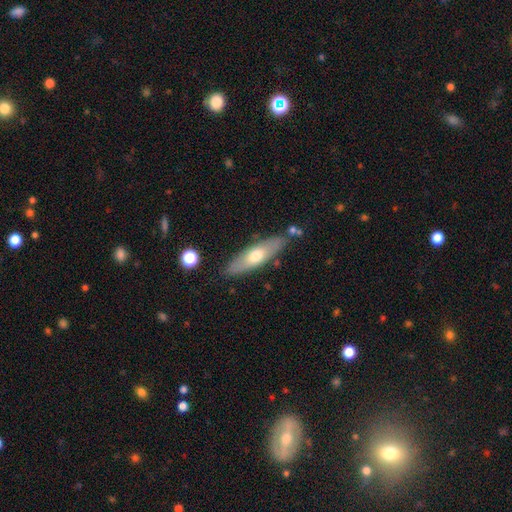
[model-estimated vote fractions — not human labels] Morphology: type=smooth (55%); roundness=cigar-shaped (56%); merging=none (82%).